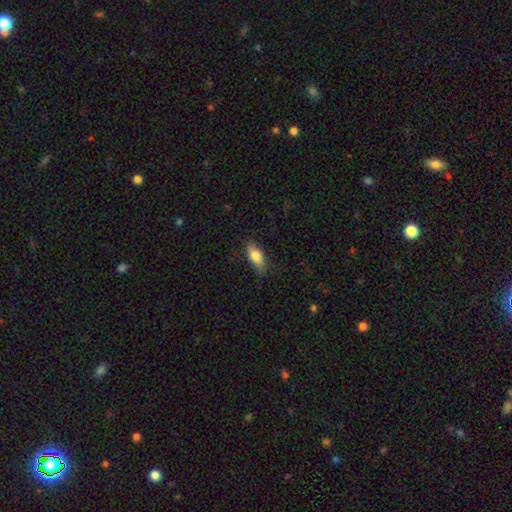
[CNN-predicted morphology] Smooth or featured: smooth — 75% (featured or disk — 18%)
How rounded: in between — 79% (cigar-shaped — 18%)
Merging: none — 79% (minor disturbance — 17%)